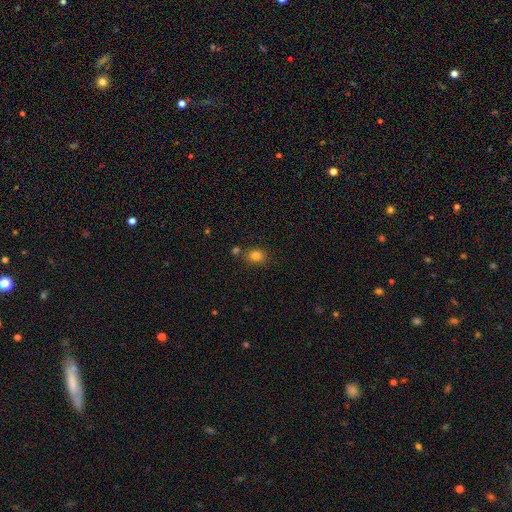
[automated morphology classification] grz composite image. It shows a smooth galaxy with no disk features (81%) that is in between round and cigar-shaped (51%). Merging: none (75%).